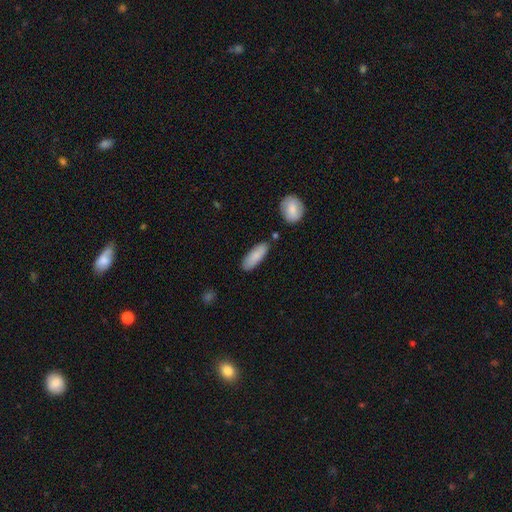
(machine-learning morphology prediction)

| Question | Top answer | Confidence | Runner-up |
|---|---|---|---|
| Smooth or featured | smooth | 86% | featured or disk (8%) |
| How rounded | in between | 62% | cigar-shaped (36%) |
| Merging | none | 80% | minor disturbance (13%) |